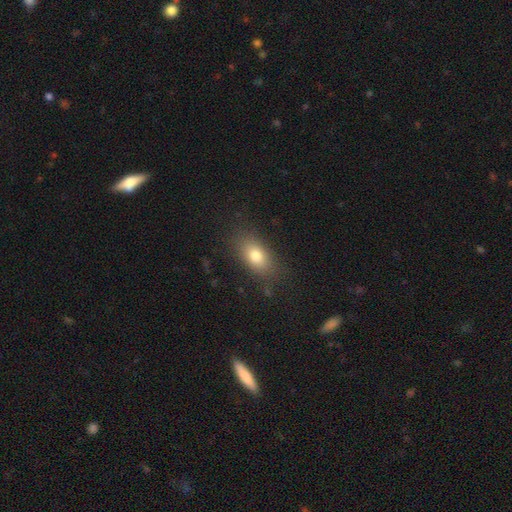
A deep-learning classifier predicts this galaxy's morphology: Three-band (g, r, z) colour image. It shows a smooth galaxy with no disk features (78%) that is in between round and cigar-shaped (82%). Merging: none (83%).